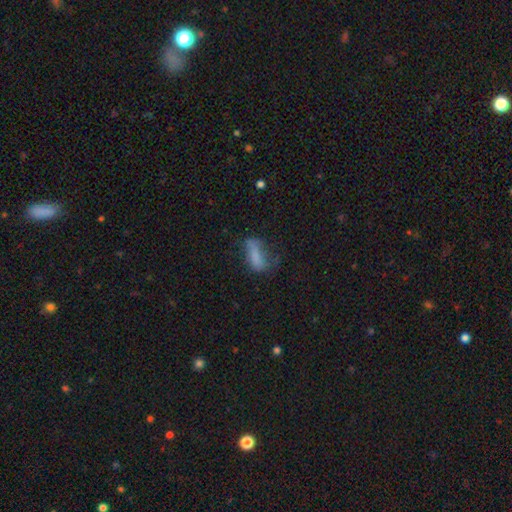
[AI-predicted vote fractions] Smooth or featured?
  - smooth: 65% *
  - featured or disk: 23%
  - star or artifact: 12%
How rounded?
  - in between: 66% *
  - cigar-shaped: 30%
  - round: 4%
Merging?
  - none: 35% *
  - major disturbance: 31%
  - minor disturbance: 29%
  - merger: 4%